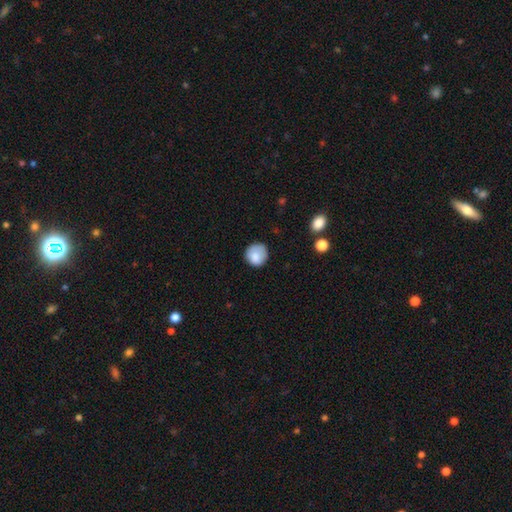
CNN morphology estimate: Smooth or featured?
  - smooth: 83% *
  - featured or disk: 8%
  - star or artifact: 8%
How rounded?
  - round: 89% *
  - in between: 10%
  - cigar-shaped: 1%
Merging?
  - none: 73% *
  - minor disturbance: 20%
  - major disturbance: 5%
  - merger: 2%